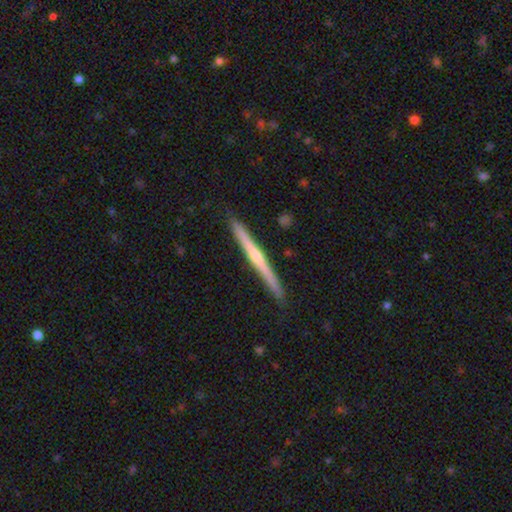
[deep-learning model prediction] A featured or disk galaxy (74%) viewed edge-on (98%) with a rounded central bulge (70%).

Vote fractions:
- Smooth or featured? featured or disk: 74% / smooth: 20% / star or artifact: 5%
- Edge-on disk? yes: 98% / no: 2%
- Edge-on bulge? rounded: 70% / none: 26% / boxy: 5%
- Merging? none: 91% / minor disturbance: 7% / merger: 1% / major disturbance: 1%